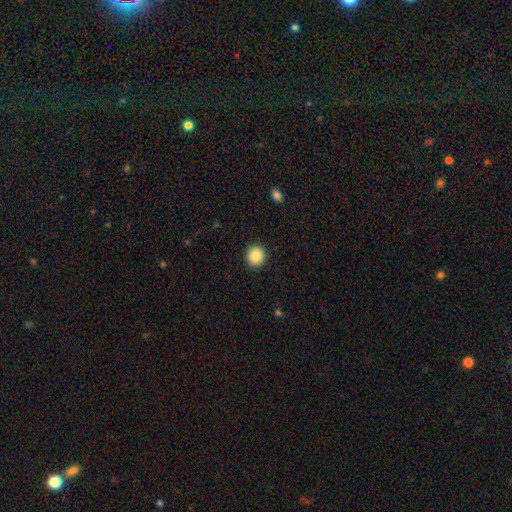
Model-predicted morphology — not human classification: Overall: smooth (87%). How rounded: round (90%). Merging: none (92%).